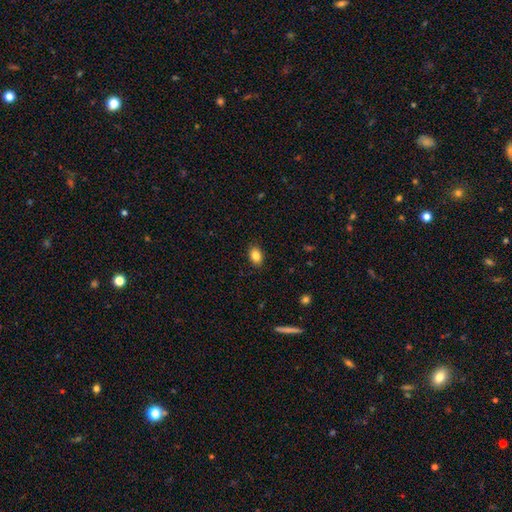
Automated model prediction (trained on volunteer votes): The model was most divided on "how rounded": in between: 79%, round: 20%, cigar-shaped: 1%. More confident: merging — none (88%); smooth or featured — smooth (85%).